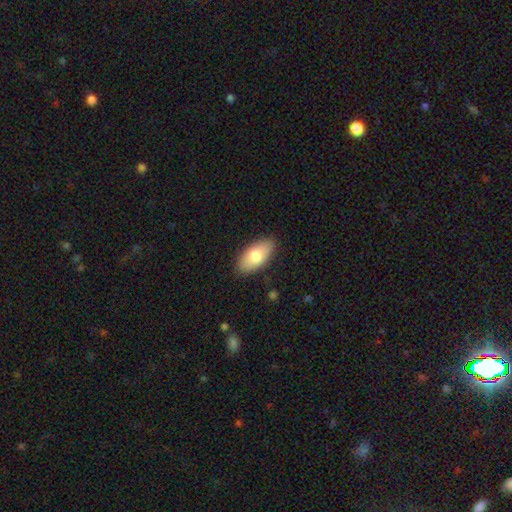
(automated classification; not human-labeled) smooth_or_featured: smooth (p=0.78) [alt: featured or disk p=0.16]
how_rounded: in between (p=0.92) [alt: cigar-shaped p=0.05]
merging: none (p=0.87) [alt: minor disturbance p=0.10]